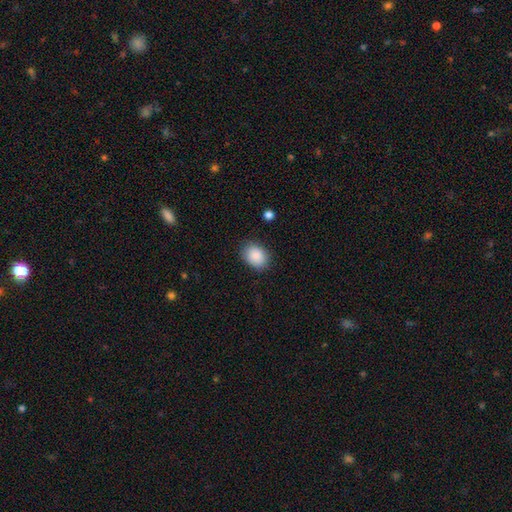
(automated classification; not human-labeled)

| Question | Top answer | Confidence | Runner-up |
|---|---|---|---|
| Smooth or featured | smooth | 89% | star or artifact (7%) |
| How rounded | in between | 64% | round (35%) |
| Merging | none | 82% | minor disturbance (14%) |